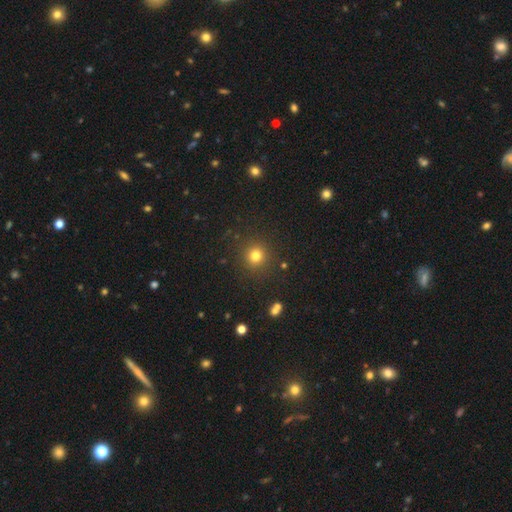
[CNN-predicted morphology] A smooth galaxy with no disk features (78%) that is round (92%).

Vote fractions:
- Smooth or featured? smooth: 78% / star or artifact: 16% / featured or disk: 6%
- How rounded? round: 92% / in between: 7% / cigar-shaped: 1%
- Merging? none: 89% / minor disturbance: 6% / major disturbance: 3% / merger: 2%